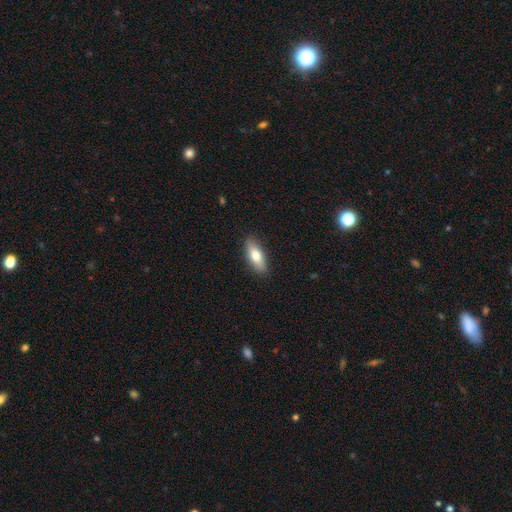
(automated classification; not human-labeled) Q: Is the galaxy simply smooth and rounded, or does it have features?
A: smooth — 74%.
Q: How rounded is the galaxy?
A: in between — 72%.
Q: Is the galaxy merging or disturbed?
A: none — 88%.